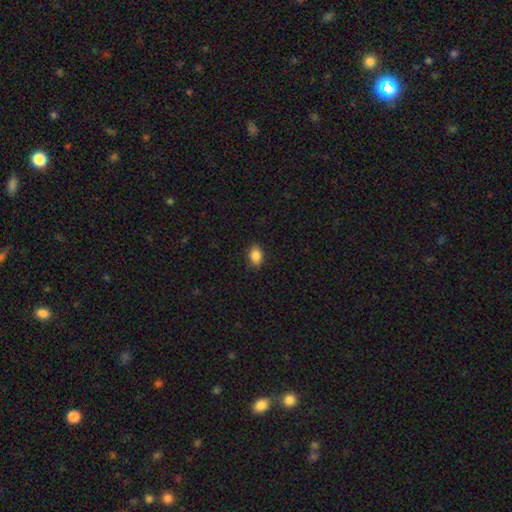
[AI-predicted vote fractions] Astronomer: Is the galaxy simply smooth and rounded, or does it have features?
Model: smooth — 87%.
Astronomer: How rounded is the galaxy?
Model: in between — 71%.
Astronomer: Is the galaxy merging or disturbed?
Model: none — 86%.